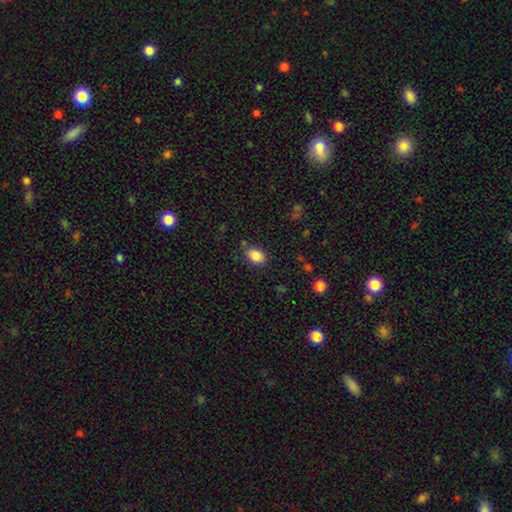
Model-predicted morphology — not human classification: Smooth or featured? Predicted: smooth (p=0.86). How rounded? Predicted: in between (p=0.80). Merging? Predicted: none (p=0.81).